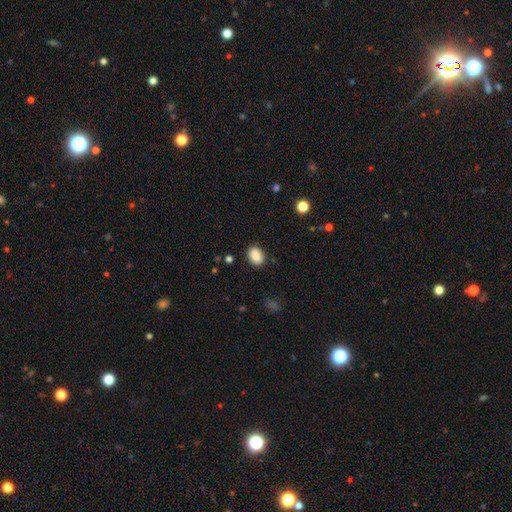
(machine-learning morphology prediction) smooth 86%, star or artifact 8%, featured or disk 6%. Down the decision tree: how rounded — in between (77%); merging — none (85%).